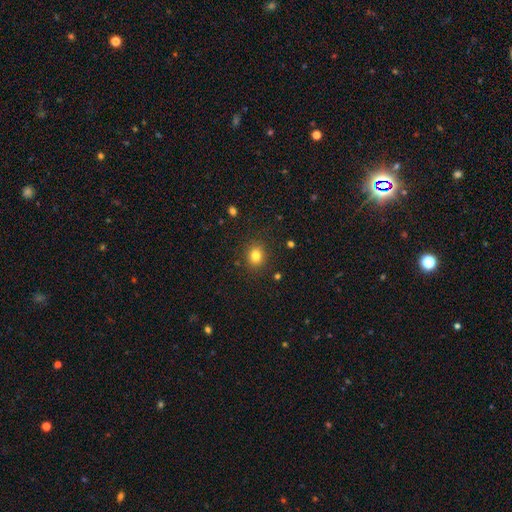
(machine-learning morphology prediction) Smooth or featured? smooth (81%)
How rounded? round (73%)
Merging? none (87%)